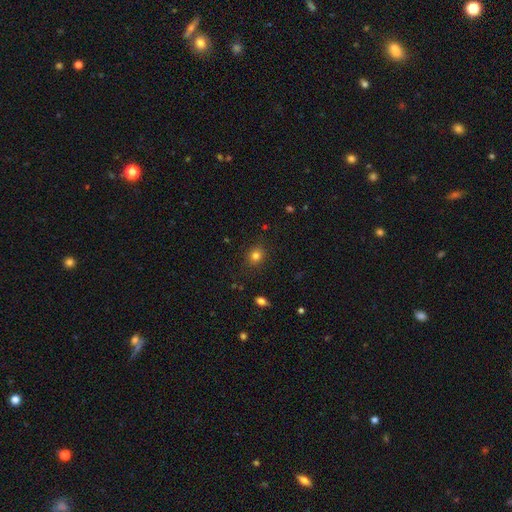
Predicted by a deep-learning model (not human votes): Q: Smooth or featured?
A: smooth (80%); runner-up: star or artifact (13%)
Q: How rounded?
A: round (67%); runner-up: in between (32%)
Q: Merging?
A: none (86%); runner-up: minor disturbance (10%)